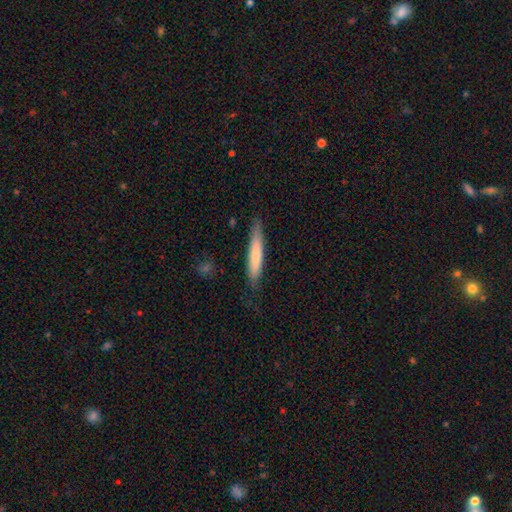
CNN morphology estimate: smooth 68%, featured or disk 26%, star or artifact 5%. Down the decision tree: how rounded — cigar-shaped (92%); merging — none (79%).